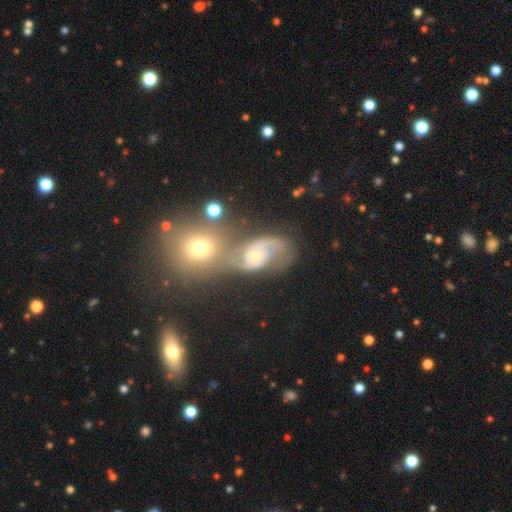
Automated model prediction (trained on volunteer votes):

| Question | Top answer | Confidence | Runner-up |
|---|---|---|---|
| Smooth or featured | featured or disk | 78% | smooth (14%) |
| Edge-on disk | no | 97% | yes (3%) |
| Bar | no | 69% | weak (26%) |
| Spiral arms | yes | 91% | no (9%) |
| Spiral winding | medium | 49% | loose (28%) |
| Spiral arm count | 2 | 79% | 1 (9%) |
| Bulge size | moderate | 53% | small (40%) |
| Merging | merger | 47% | none (27%) |